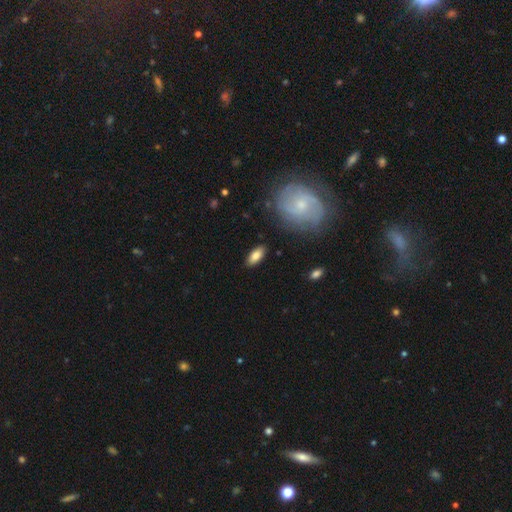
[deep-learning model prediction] This appears to be a smooth galaxy with no disk features (81%) that is in between round and cigar-shaped (84%). Merging: none (86%).